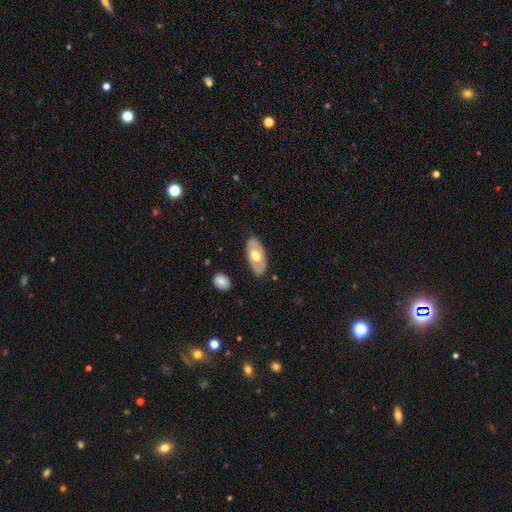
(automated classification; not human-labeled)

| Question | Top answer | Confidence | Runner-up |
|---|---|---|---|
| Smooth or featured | smooth | 49% | featured or disk (46%) |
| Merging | none | 82% | minor disturbance (13%) |